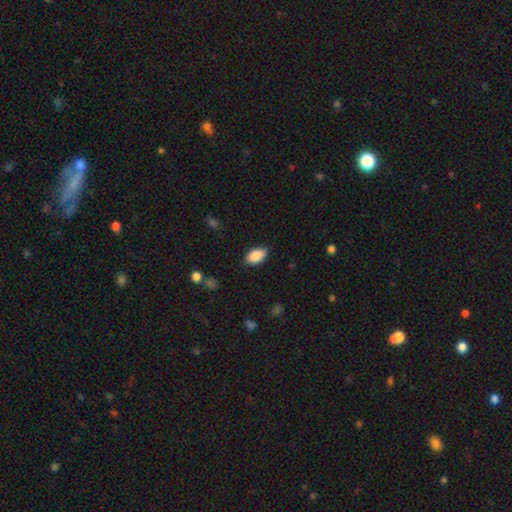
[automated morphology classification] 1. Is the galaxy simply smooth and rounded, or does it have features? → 88% smooth, 7% star or artifact, 5% featured or disk.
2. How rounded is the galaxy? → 94% in between, 4% round, 2% cigar-shaped.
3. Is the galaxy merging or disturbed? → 85% none, 11% minor disturbance, 3% major disturbance, 1% merger.